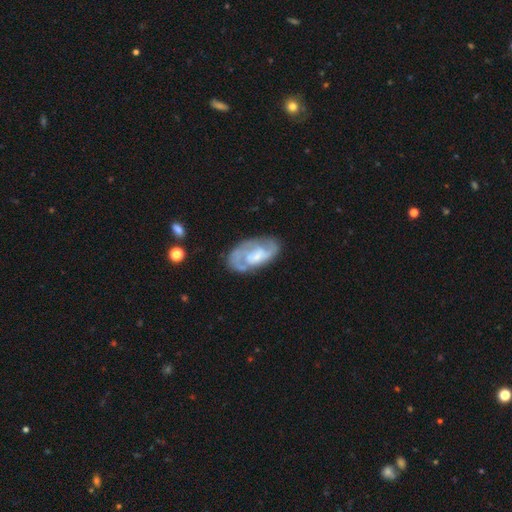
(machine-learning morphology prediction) The model was most divided on "spiral winding": tight: 45%, medium: 38%, loose: 17%. Remaining: edge-on disk — no (95%); spiral arms — yes (77%); smooth or featured — featured or disk (70%); merging — none (59%); bar — no (58%); spiral arm count — 2 (43%); bulge size — small (40%).